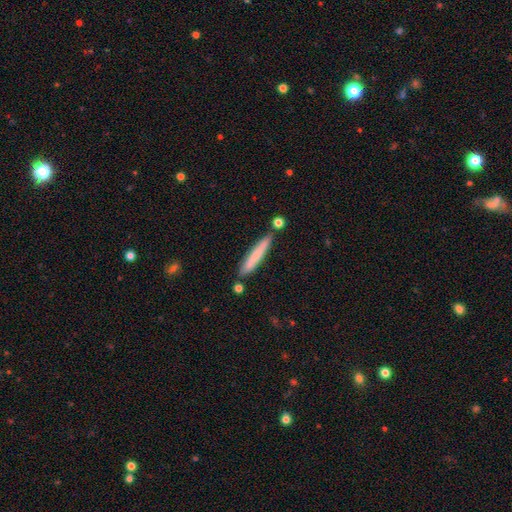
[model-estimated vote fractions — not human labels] A smooth galaxy with no disk features (71%) that is cigar-shaped (94%).

Vote fractions:
- Smooth or featured? smooth: 71% / featured or disk: 23% / star or artifact: 6%
- How rounded? cigar-shaped: 94% / in between: 5% / round: 1%
- Merging? none: 80% / minor disturbance: 12% / merger: 6% / major disturbance: 2%